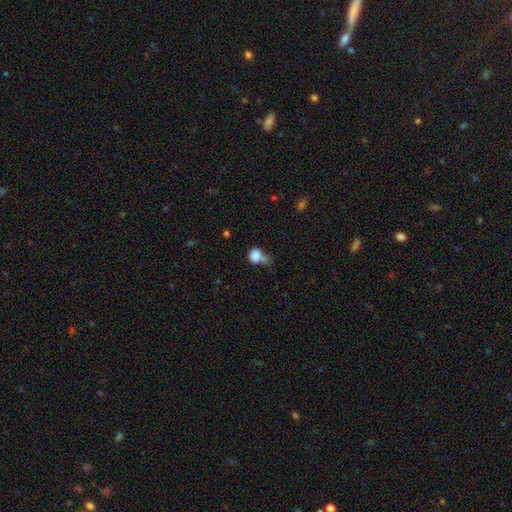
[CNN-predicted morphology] A smooth galaxy with no disk features (80%) that is round (53%). Merging: merger (34%).